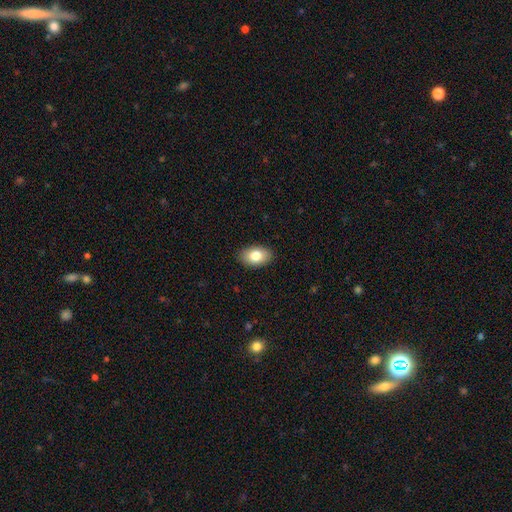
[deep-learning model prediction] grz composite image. It shows a smooth galaxy with no disk features (81%) that is in between round and cigar-shaped (89%). Merging: none (89%).